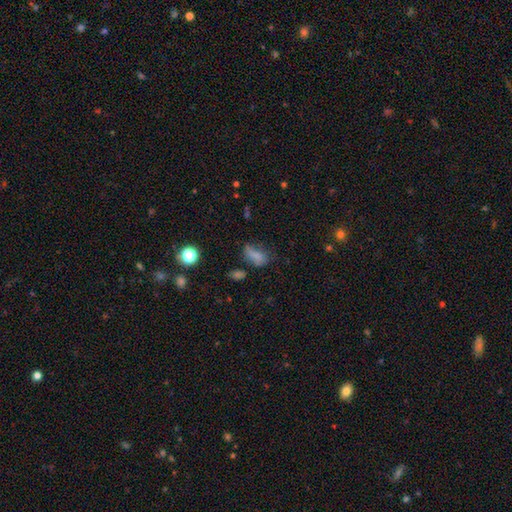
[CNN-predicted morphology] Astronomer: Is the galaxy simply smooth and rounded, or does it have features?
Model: smooth — 70%.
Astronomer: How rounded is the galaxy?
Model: in between — 83%.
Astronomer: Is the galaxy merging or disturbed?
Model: none — 39% (runner-up: minor disturbance, 29%).